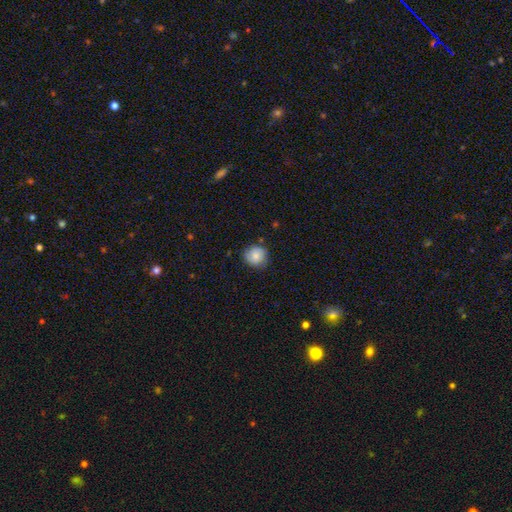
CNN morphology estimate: type=smooth (73%); roundness=round (87%); merging=none (76%).